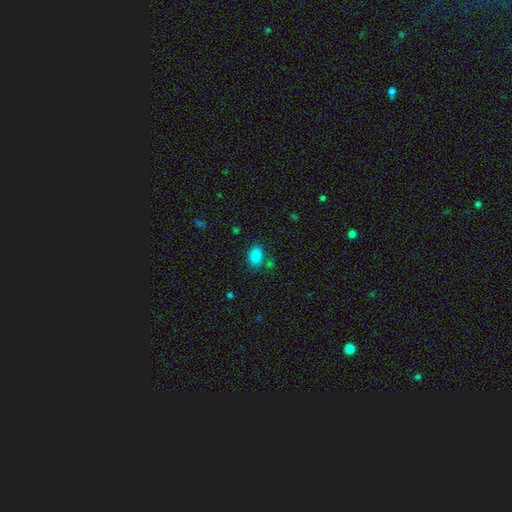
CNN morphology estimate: Smooth or featured?
  - smooth: 86% *
  - star or artifact: 9%
  - featured or disk: 4%
How rounded?
  - in between: 83% *
  - round: 16%
  - cigar-shaped: 1%
Merging?
  - none: 76% *
  - minor disturbance: 13%
  - merger: 7%
  - major disturbance: 4%